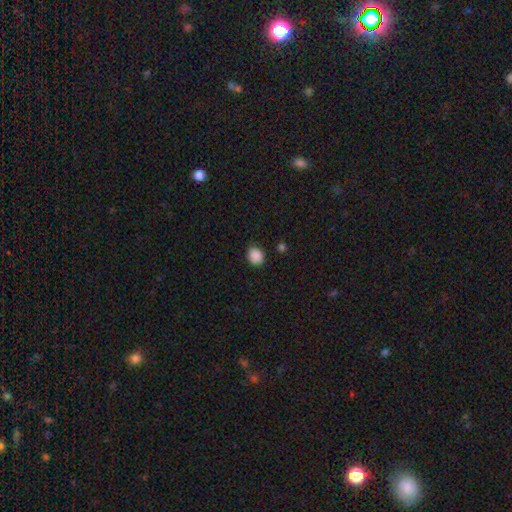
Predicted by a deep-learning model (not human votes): smooth-or-featured: smooth: 88% | star or artifact: 9% | featured or disk: 3%
  how-rounded: round: 67% | in between: 32% | cigar-shaped: 1%
  merging: none: 84% | minor disturbance: 11% | major disturbance: 3% | merger: 2%